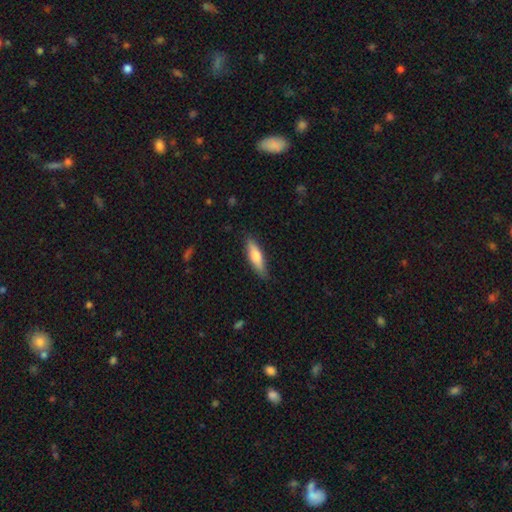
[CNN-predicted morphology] smooth 71%, featured or disk 24%, star or artifact 5%. Down the decision tree: how rounded — cigar-shaped (63%); merging — none (84%).